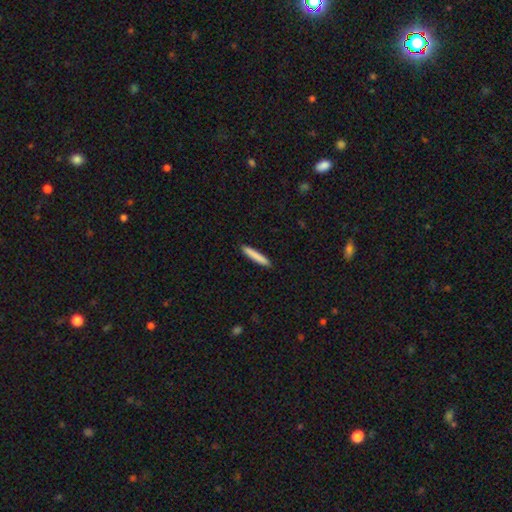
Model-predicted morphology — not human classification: smooth 84%, featured or disk 10%, star or artifact 6%. Down the decision tree: how rounded — cigar-shaped (94%); merging — none (92%).